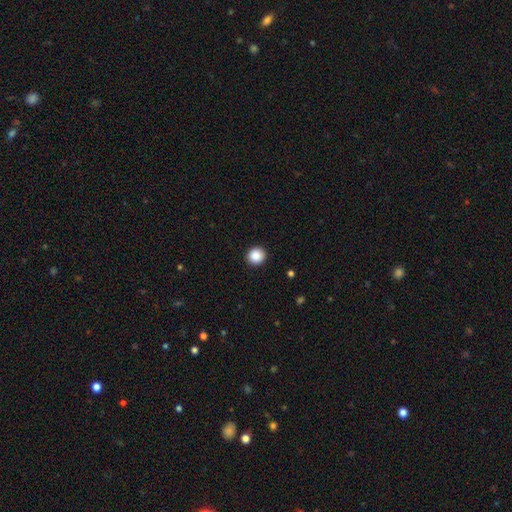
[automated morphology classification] Smooth or featured?
  - smooth: 88% *
  - star or artifact: 9%
  - featured or disk: 2%
How rounded?
  - round: 93% *
  - in between: 7%
  - cigar-shaped: 1%
Merging?
  - none: 93% *
  - minor disturbance: 5%
  - major disturbance: 2%
  - merger: 1%